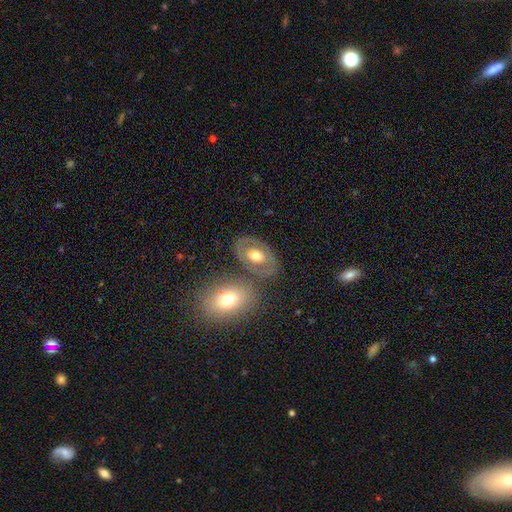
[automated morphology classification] This appears to be a featured or disk galaxy (52%). Merging: none (70%).